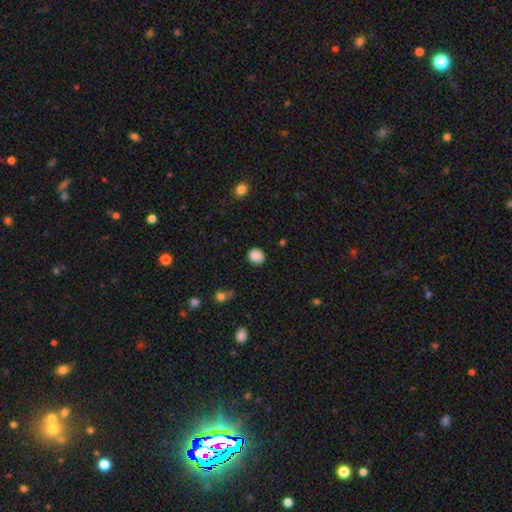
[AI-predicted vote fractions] Q: Smooth or featured?
A: smooth (88%); runner-up: star or artifact (9%)
Q: How rounded?
A: round (80%); runner-up: in between (19%)
Q: Merging?
A: none (87%); runner-up: minor disturbance (9%)